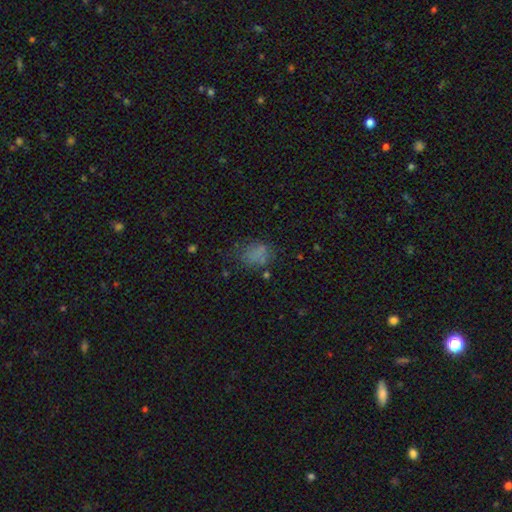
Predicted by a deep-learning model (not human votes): Overall: smooth (65%). How rounded: in between (65%; round 33%). Merging: none (57%; minor disturbance 22%).